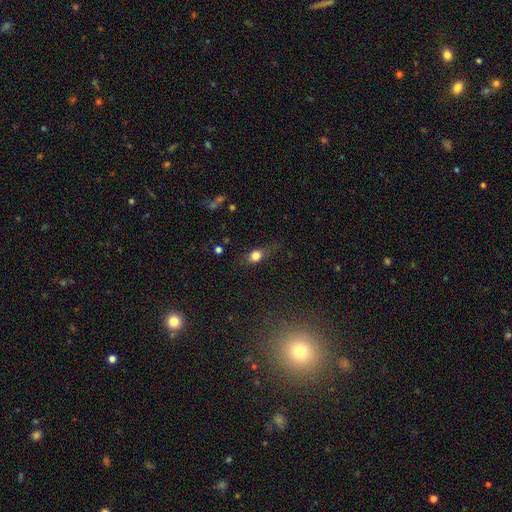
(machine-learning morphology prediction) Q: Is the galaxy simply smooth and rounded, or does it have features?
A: smooth — 71%.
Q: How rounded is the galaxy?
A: in between — 53%.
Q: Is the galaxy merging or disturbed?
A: none — 63%.